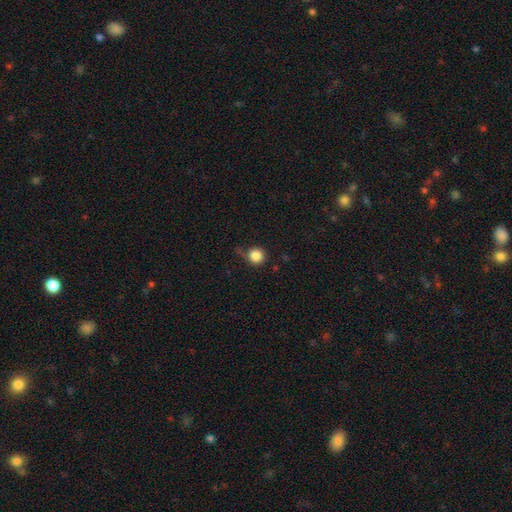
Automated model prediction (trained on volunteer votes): Morphology: type=smooth (86%); roundness=round (94%); merging=none (74%).